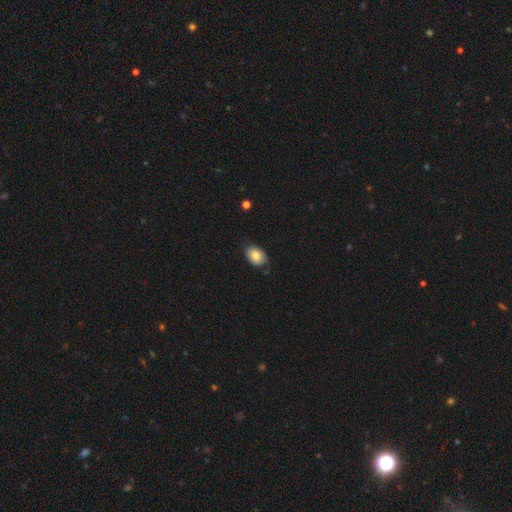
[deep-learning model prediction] Morphology: type=smooth (83%); roundness=in between (84%); merging=none (77%).